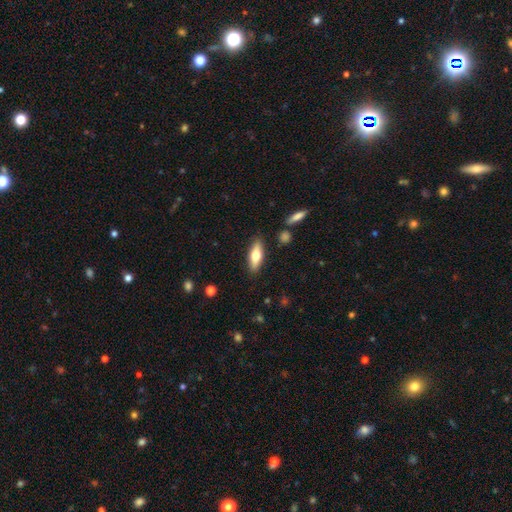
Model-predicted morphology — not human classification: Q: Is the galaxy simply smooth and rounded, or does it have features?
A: smooth — 61%.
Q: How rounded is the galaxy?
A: in between — 55%.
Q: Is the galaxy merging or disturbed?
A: none — 85%.